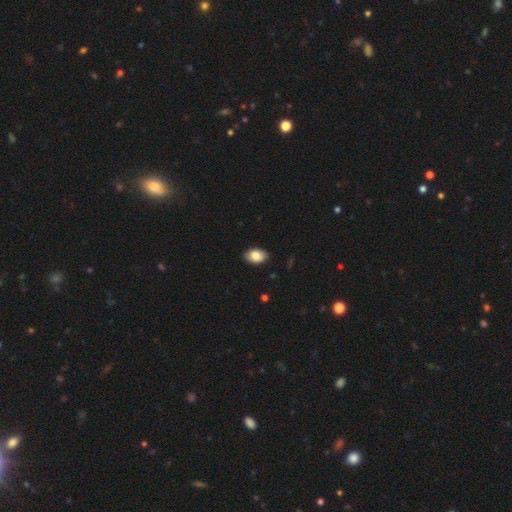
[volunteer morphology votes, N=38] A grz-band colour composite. It shows a smooth galaxy with no disk features (97%) that is in between round and cigar-shaped (84%). Merging: none (95%).